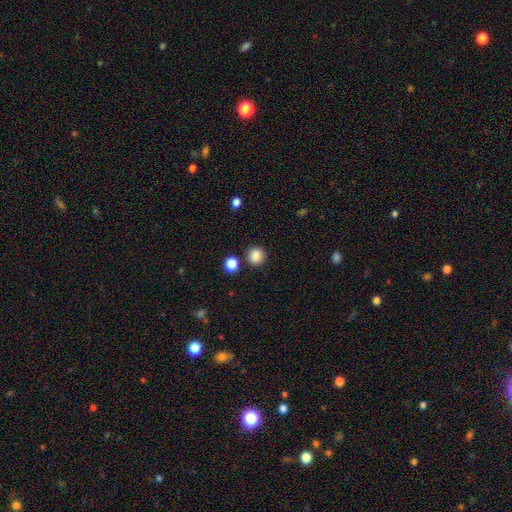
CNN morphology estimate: Smooth or featured: smooth — 86% (star or artifact — 10%)
How rounded: round — 87% (in between — 12%)
Merging: none — 84% (minor disturbance — 8%)